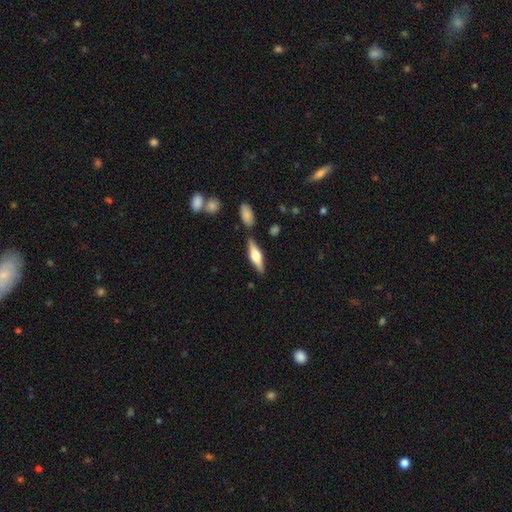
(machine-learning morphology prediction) Smooth or featured: featured or disk — 58% (smooth — 36%)
Edge-on disk: yes — 95% (no — 5%)
Edge-on bulge: rounded — 91% (boxy — 7%)
Merging: none — 83% (minor disturbance — 10%)